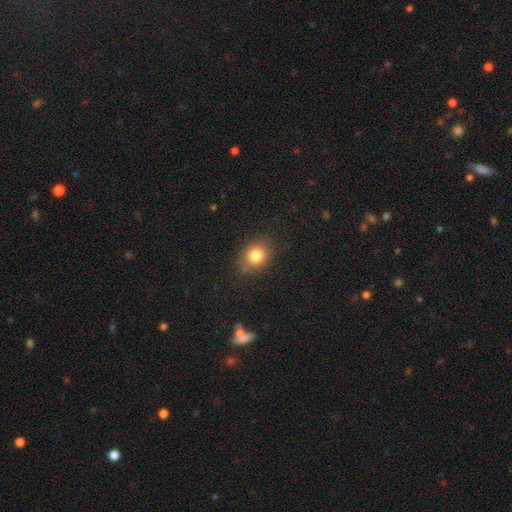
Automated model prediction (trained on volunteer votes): Morphology: type=smooth (81%); roundness=round (59%); merging=none (82%).